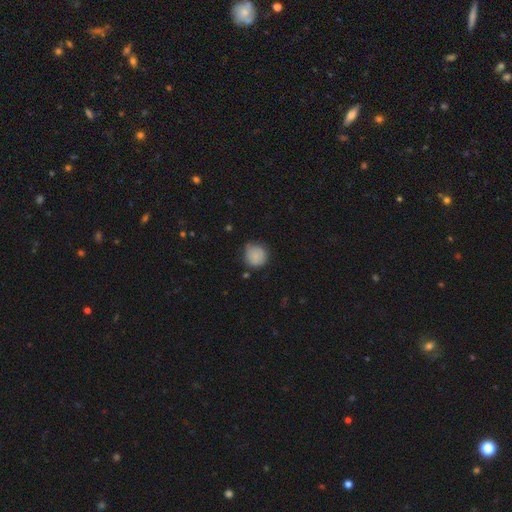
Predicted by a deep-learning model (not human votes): A smooth galaxy with no disk features (84%) that is round (89%).

Vote fractions:
- Smooth or featured? smooth: 84% / star or artifact: 9% / featured or disk: 8%
- How rounded? round: 89% / in between: 10% / cigar-shaped: 1%
- Merging? none: 66% / minor disturbance: 27% / major disturbance: 5% / merger: 2%